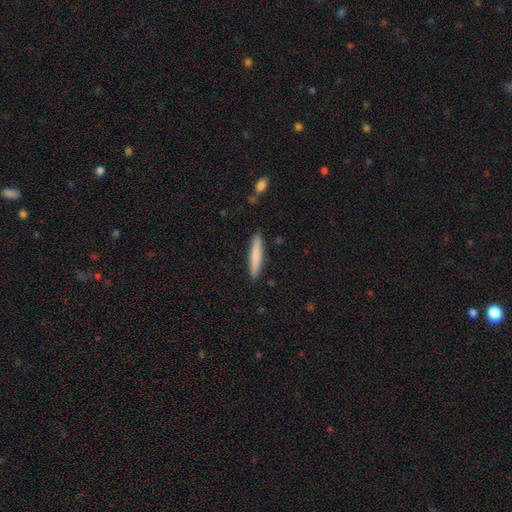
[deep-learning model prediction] Smooth or featured: smooth — 76% (featured or disk — 18%)
How rounded: cigar-shaped — 93% (in between — 6%)
Merging: none — 90% (minor disturbance — 7%)